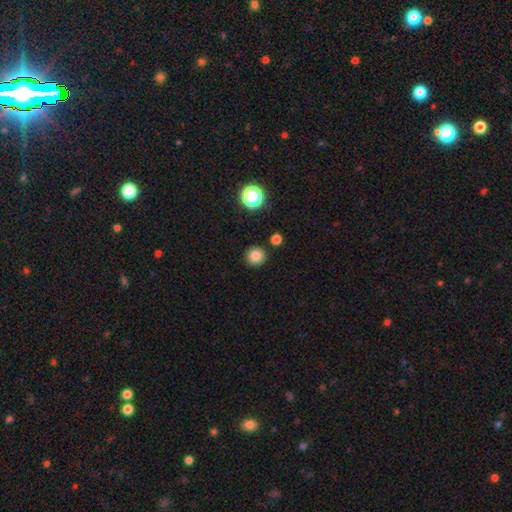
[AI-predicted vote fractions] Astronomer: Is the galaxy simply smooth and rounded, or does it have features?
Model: smooth — 82%.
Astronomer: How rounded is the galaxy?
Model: round — 93%.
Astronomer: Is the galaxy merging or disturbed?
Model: none — 89%.